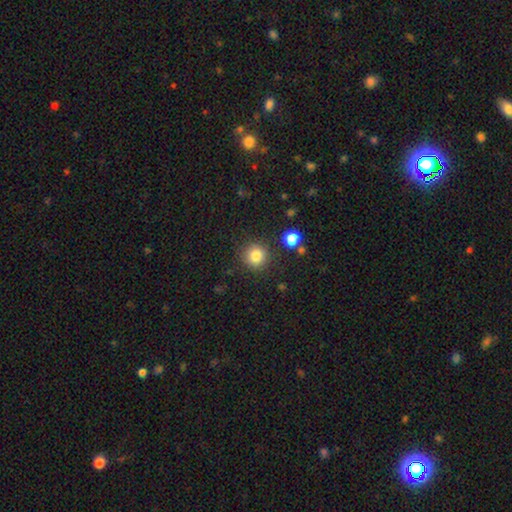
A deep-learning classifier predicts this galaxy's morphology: smooth 84%, star or artifact 11%, featured or disk 5%. Down the decision tree: how rounded — round (92%); merging — none (86%).